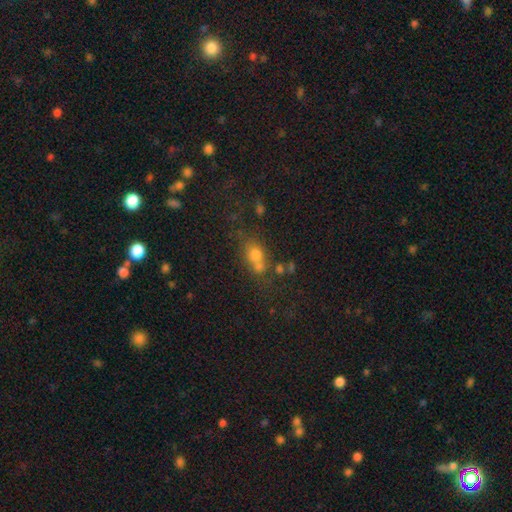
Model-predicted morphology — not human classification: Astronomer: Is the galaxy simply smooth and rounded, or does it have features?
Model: smooth — 63%.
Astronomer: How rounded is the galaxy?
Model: round — 53% (runner-up: in between, 42%).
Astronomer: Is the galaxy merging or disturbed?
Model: none — 41% (runner-up: merger, 39%).